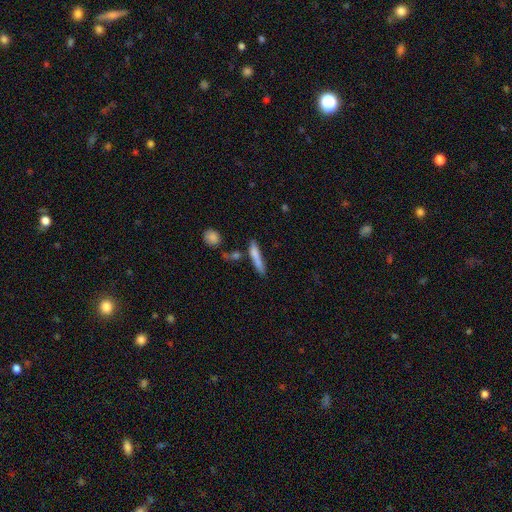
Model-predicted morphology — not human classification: Smooth or featured: smooth — 73% (featured or disk — 20%)
How rounded: cigar-shaped — 88% (in between — 10%)
Merging: none — 64% (minor disturbance — 18%)